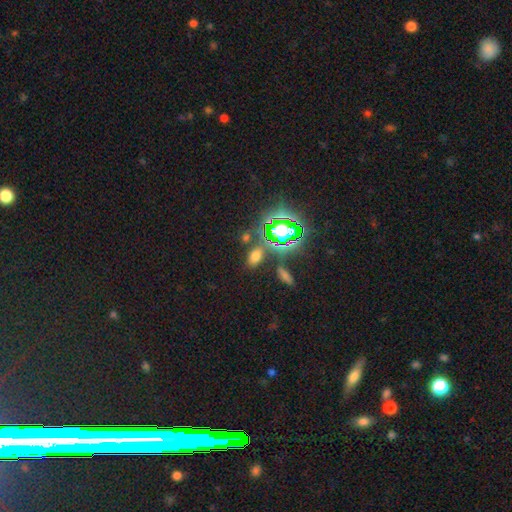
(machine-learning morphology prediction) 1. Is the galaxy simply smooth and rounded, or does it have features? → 58% smooth, 34% star or artifact, 8% featured or disk.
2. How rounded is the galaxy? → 85% in between, 11% round, 4% cigar-shaped.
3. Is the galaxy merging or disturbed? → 79% none, 10% minor disturbance, 8% merger, 4% major disturbance.